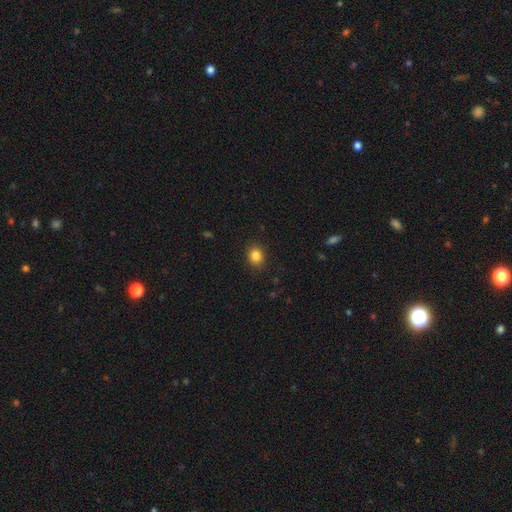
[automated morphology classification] Q: Smooth or featured?
A: smooth (85%); runner-up: star or artifact (10%)
Q: How rounded?
A: round (62%); runner-up: in between (37%)
Q: Merging?
A: none (89%); runner-up: minor disturbance (8%)